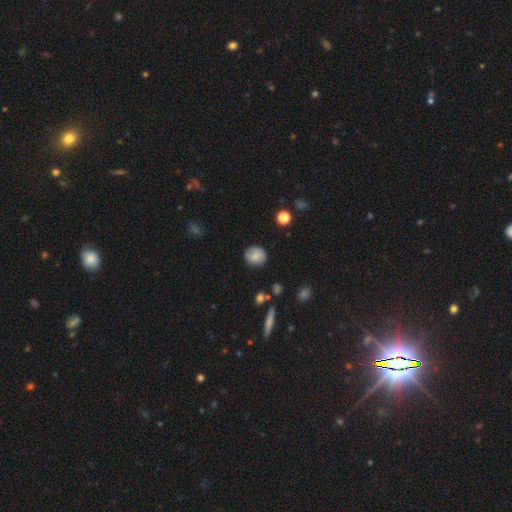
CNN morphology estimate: Smooth or featured?
  - smooth: 77% *
  - featured or disk: 15%
  - star or artifact: 9%
How rounded?
  - round: 78% *
  - in between: 21%
  - cigar-shaped: 1%
Merging?
  - none: 81% *
  - minor disturbance: 14%
  - major disturbance: 3%
  - merger: 2%